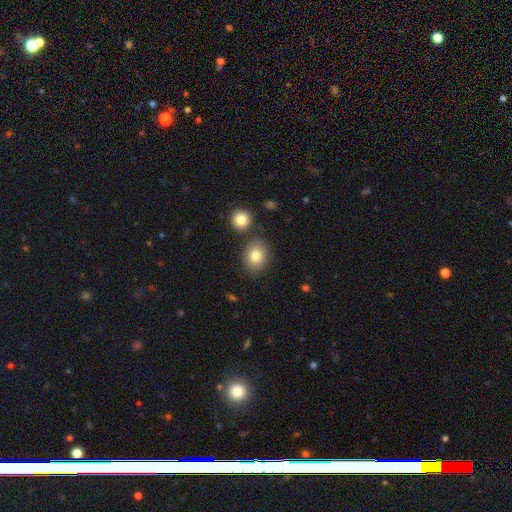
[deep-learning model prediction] smooth 81%, featured or disk 10%, star or artifact 10%. Down the decision tree: how rounded — round (55%); merging — none (78%).